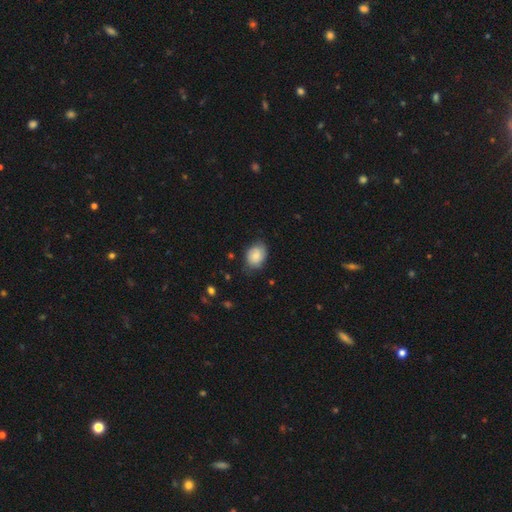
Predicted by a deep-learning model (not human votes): This is likely a smooth galaxy (71%). How rounded: likely in between (66%). Merging: likely none (66%).